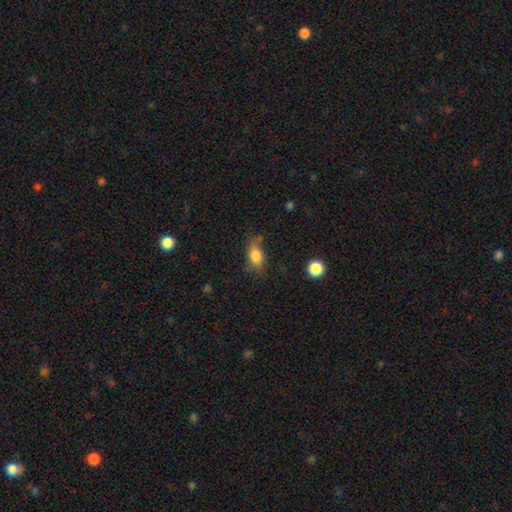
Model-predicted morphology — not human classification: This appears to be a smooth galaxy with no disk features (81%) that is in between round and cigar-shaped (84%). Merging: none (66%).